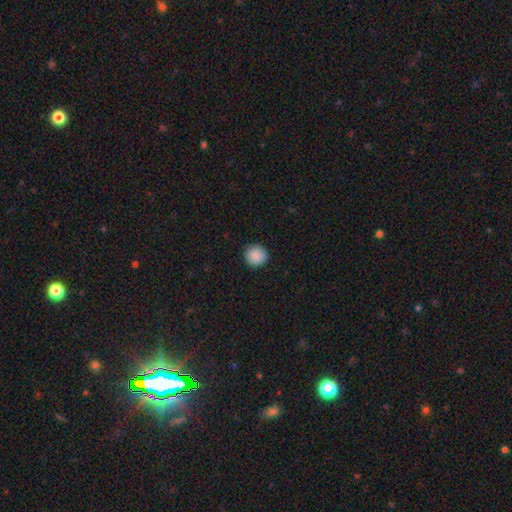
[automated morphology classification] smooth-or-featured: smooth: 88% | star or artifact: 9% | featured or disk: 3%
  how-rounded: round: 94% | in between: 5% | cigar-shaped: 1%
  merging: none: 92% | minor disturbance: 5% | major disturbance: 2% | merger: 1%